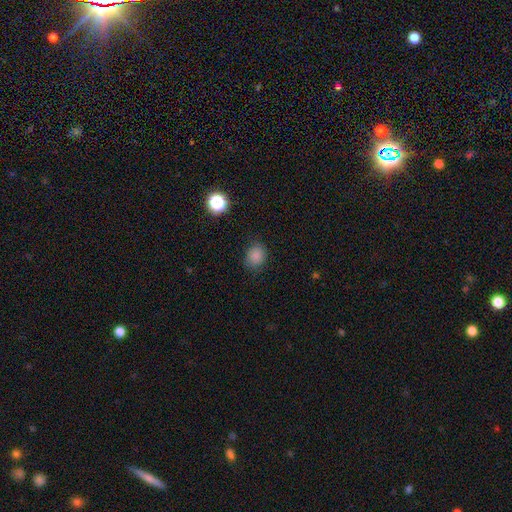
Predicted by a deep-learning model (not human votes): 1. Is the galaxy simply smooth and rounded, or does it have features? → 83% smooth, 12% star or artifact, 5% featured or disk.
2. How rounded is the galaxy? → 61% round, 38% in between, 1% cigar-shaped.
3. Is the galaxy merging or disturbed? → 81% none, 14% minor disturbance, 4% major disturbance, 1% merger.